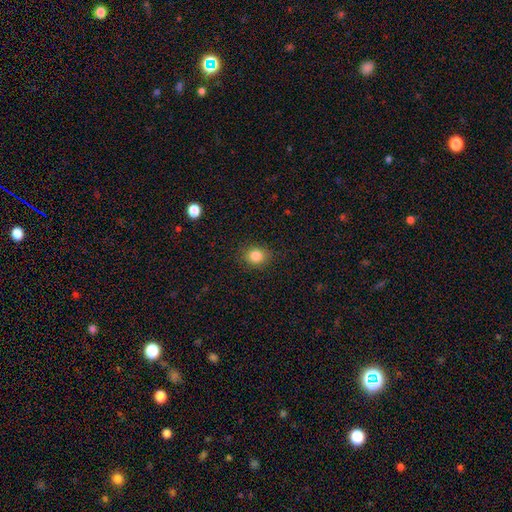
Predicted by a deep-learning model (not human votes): This is clearly a smooth galaxy (84%). How rounded: likely round (73%). Merging: clearly none (86%).